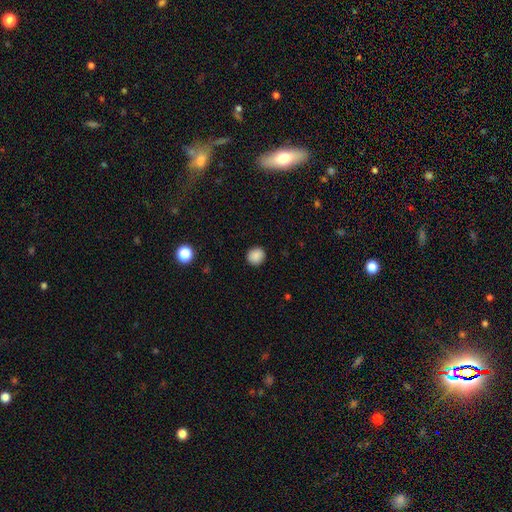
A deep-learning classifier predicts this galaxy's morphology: A smooth galaxy with no disk features (88%) that is round (89%).

Vote fractions:
- Smooth or featured? smooth: 88% / star or artifact: 9% / featured or disk: 3%
- How rounded? round: 89% / in between: 10% / cigar-shaped: 1%
- Merging? none: 91% / minor disturbance: 6% / major disturbance: 2% / merger: 1%